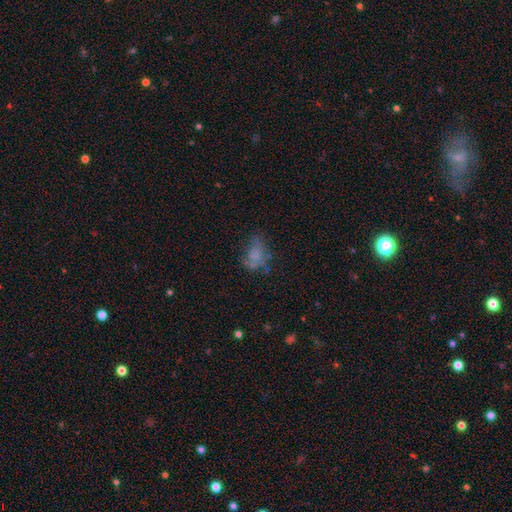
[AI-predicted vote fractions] A smooth galaxy with no disk features (57%) that is in between round and cigar-shaped (77%). Merging: none (42%).